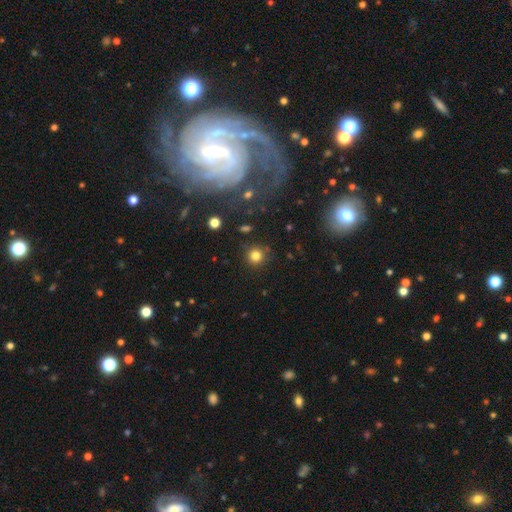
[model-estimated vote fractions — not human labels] Q: Smooth or featured?
A: smooth (80%); runner-up: star or artifact (14%)
Q: How rounded?
A: round (94%); runner-up: in between (6%)
Q: Merging?
A: none (86%); runner-up: minor disturbance (8%)